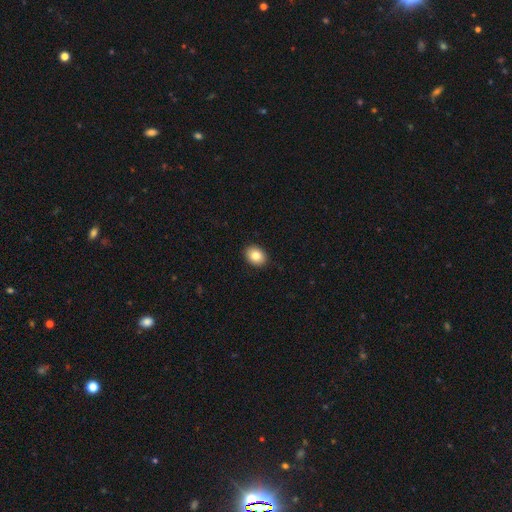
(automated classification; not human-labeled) A smooth galaxy with no disk features (84%) that is in between round and cigar-shaped (57%).

Vote fractions:
- Smooth or featured? smooth: 84% / star or artifact: 9% / featured or disk: 8%
- How rounded? in between: 57% / round: 42% / cigar-shaped: 1%
- Merging? none: 91% / minor disturbance: 7% / major disturbance: 2% / merger: 1%